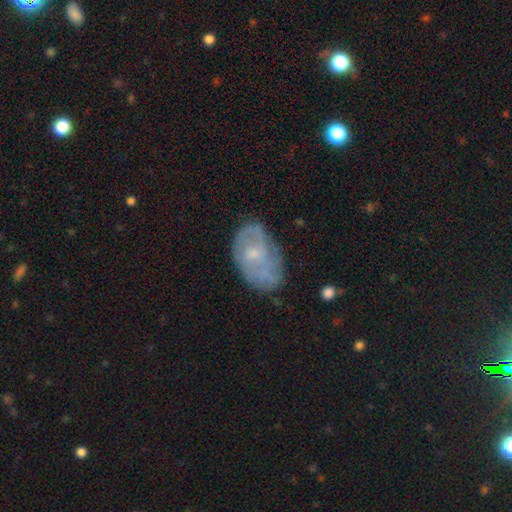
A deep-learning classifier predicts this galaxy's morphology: Q: Smooth or featured?
A: featured or disk (55%); runner-up: smooth (36%)
Q: Edge-on disk?
A: no (95%); runner-up: yes (5%)
Q: Bar?
A: no (68%); runner-up: weak (27%)
Q: Spiral arms?
A: yes (55%); runner-up: no (45%)
Q: Bulge size?
A: small (52%); runner-up: moderate (33%)
Q: Merging?
A: none (61%); runner-up: minor disturbance (26%)